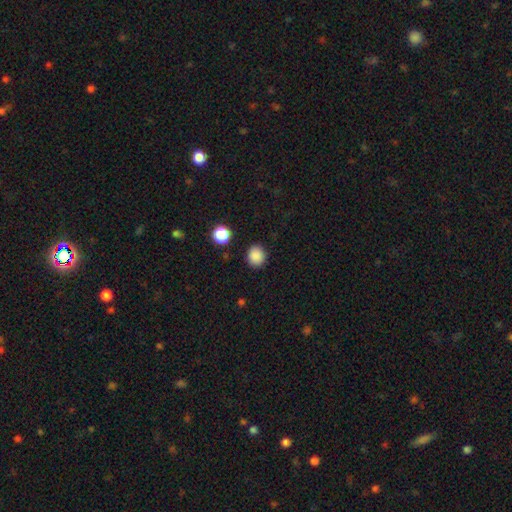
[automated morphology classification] smooth-or-featured: smooth: 87% | star or artifact: 10% | featured or disk: 3%
  how-rounded: round: 83% | in between: 16% | cigar-shaped: 1%
  merging: none: 89% | minor disturbance: 7% | major disturbance: 2% | merger: 2%